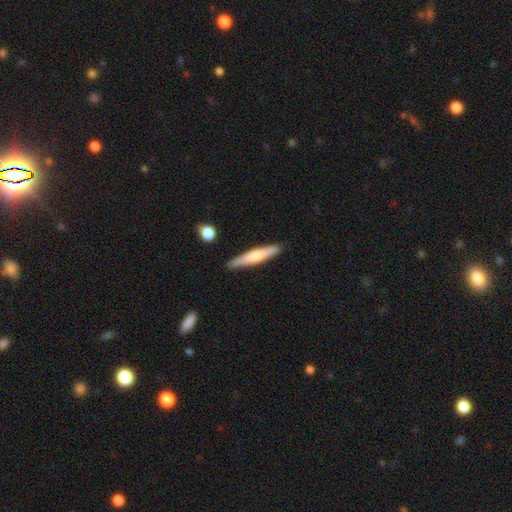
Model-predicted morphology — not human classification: Smooth or featured? Predicted: smooth (p=0.59). How rounded? Predicted: cigar-shaped (p=0.91). Merging? Predicted: none (p=0.88).